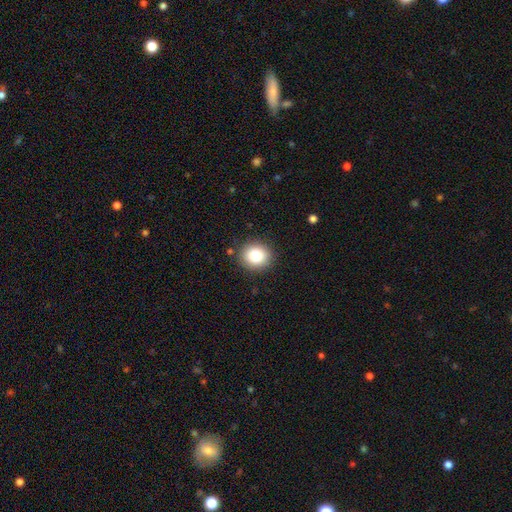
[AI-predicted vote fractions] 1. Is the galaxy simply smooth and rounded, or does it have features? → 81% smooth, 10% star or artifact, 8% featured or disk.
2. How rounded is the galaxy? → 80% round, 19% in between, 1% cigar-shaped.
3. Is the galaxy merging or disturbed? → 88% none, 8% minor disturbance, 2% major disturbance, 2% merger.